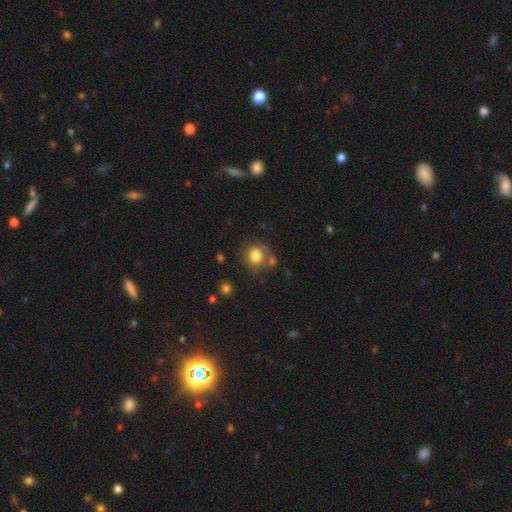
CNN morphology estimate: The model was most divided on "merging": none: 71%, minor disturbance: 14%, merger: 10%, major disturbance: 5%. More confident: smooth or featured — smooth (81%); how rounded — round (78%).